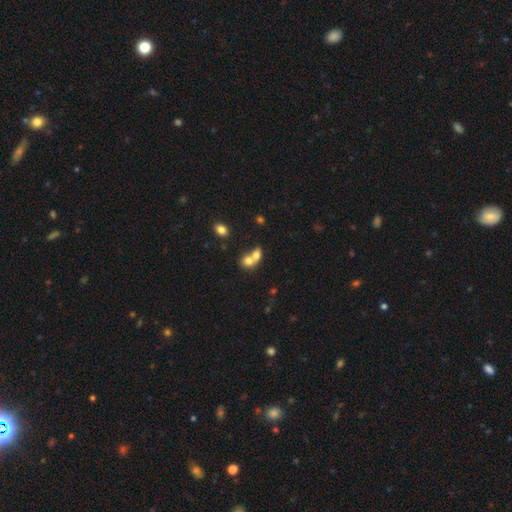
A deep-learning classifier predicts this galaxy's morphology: Smooth or featured: smooth — 71% (featured or disk — 18%)
How rounded: round — 51% (in between — 47%)
Merging: merger — 71% (none — 21%)